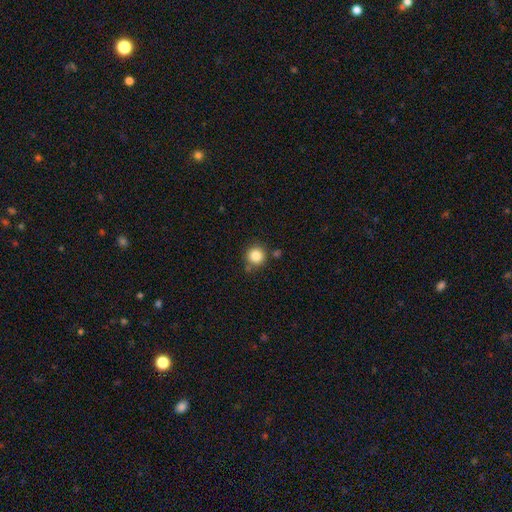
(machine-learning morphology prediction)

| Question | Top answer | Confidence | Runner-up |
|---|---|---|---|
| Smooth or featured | smooth | 85% | star or artifact (10%) |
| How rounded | round | 92% | in between (7%) |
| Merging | none | 78% | minor disturbance (12%) |